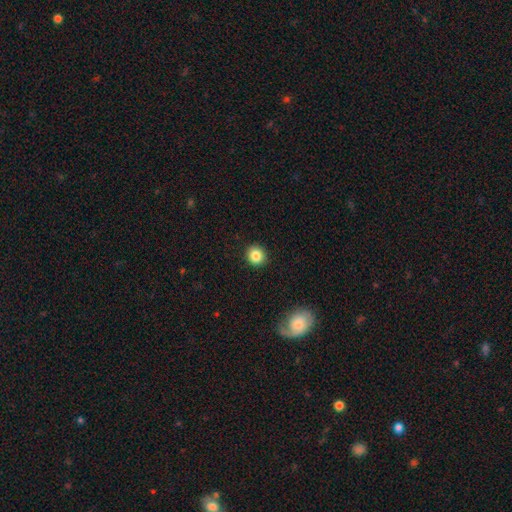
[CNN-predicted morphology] Smooth or featured: smooth — 85% (star or artifact — 10%)
How rounded: round — 91% (in between — 8%)
Merging: none — 92% (minor disturbance — 5%)